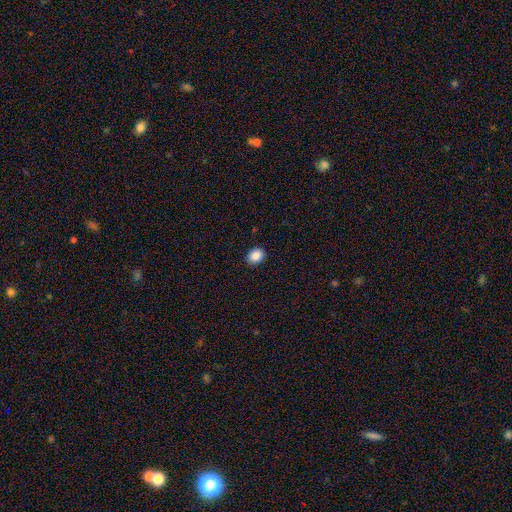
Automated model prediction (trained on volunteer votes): This appears to be a smooth galaxy with no disk features (88%) that is in between round and cigar-shaped (50%). Merging: none (91%).